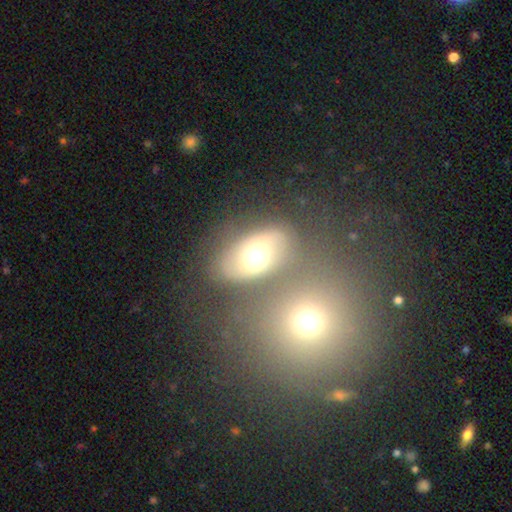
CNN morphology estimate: Overall: smooth (49%; featured or disk 40%). Merging: none (63%).